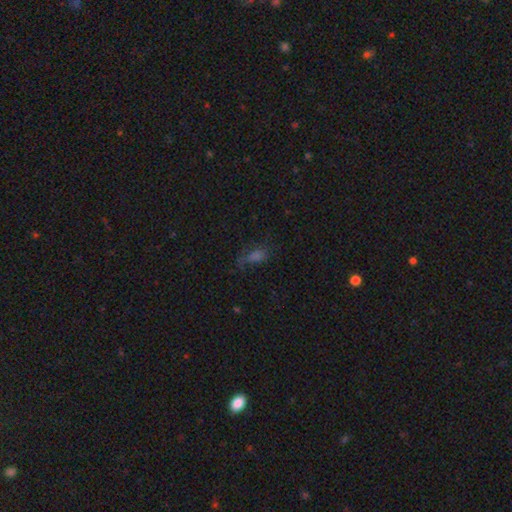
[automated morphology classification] Overall: smooth (49%; star or artifact 32%). Merging: none (51%; minor disturbance 24%).